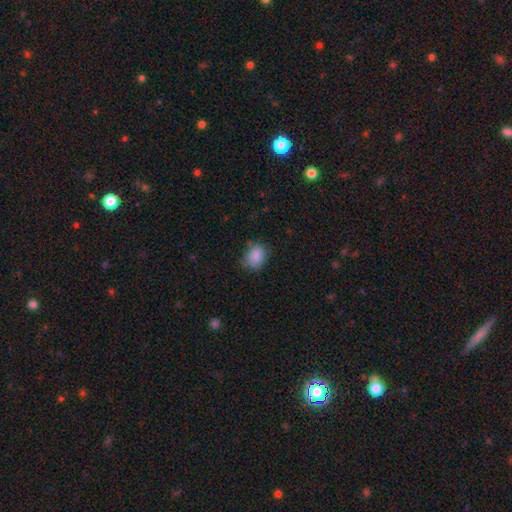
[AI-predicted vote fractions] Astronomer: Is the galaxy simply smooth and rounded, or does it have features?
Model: smooth — 87%.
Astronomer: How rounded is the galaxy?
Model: in between — 50% (runner-up: round, 49%).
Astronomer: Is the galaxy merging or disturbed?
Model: none — 72%.